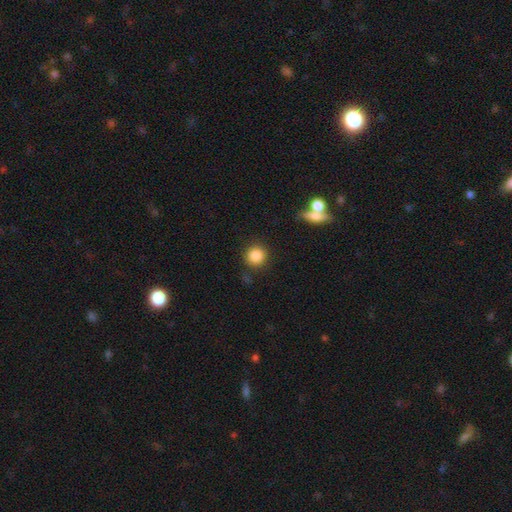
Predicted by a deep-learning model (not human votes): Smooth or featured: smooth — 86% (star or artifact — 9%)
How rounded: round — 92% (in between — 7%)
Merging: none — 85% (minor disturbance — 9%)